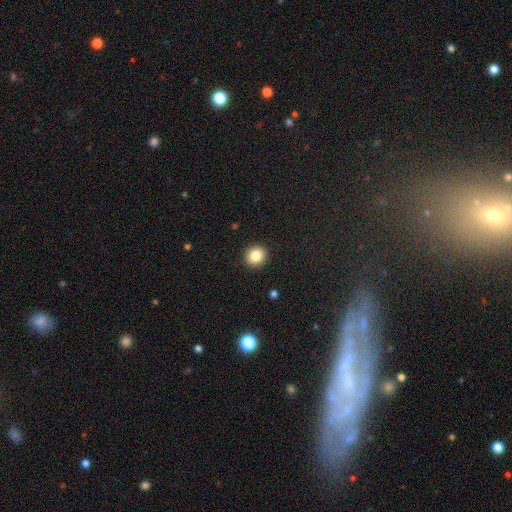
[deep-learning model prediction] Smooth or featured: smooth — 85% (star or artifact — 10%)
How rounded: round — 80% (in between — 19%)
Merging: none — 91% (minor disturbance — 6%)